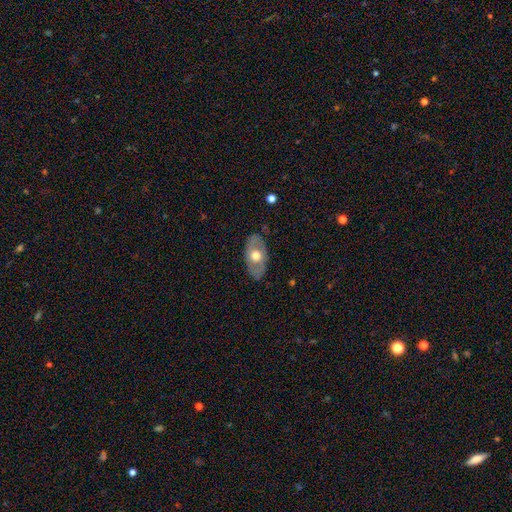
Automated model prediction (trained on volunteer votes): Q: Smooth or featured?
A: smooth (49%); runner-up: featured or disk (46%)
Q: Merging?
A: none (82%); runner-up: minor disturbance (14%)